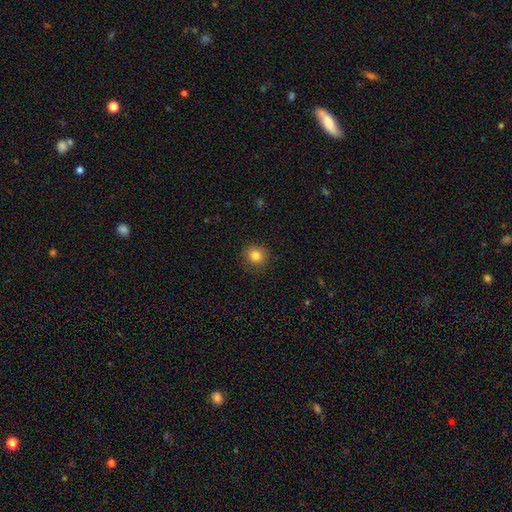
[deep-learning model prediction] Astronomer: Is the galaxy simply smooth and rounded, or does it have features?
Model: smooth — 83%.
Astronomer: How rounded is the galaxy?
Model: round — 92%.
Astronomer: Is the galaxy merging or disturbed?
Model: none — 91%.